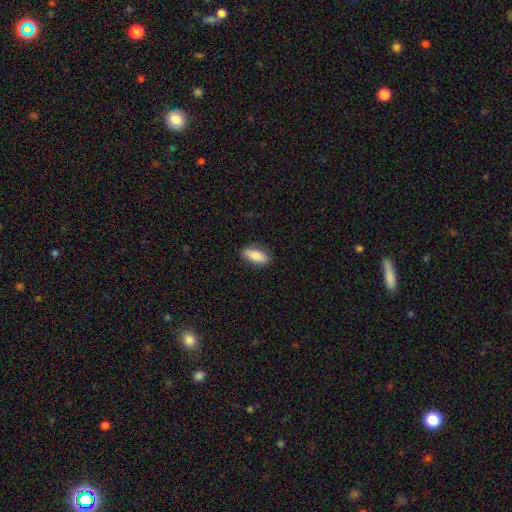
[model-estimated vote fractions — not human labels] A smooth galaxy with no disk features (82%) that is in between round and cigar-shaped (80%). Merging: none (86%).